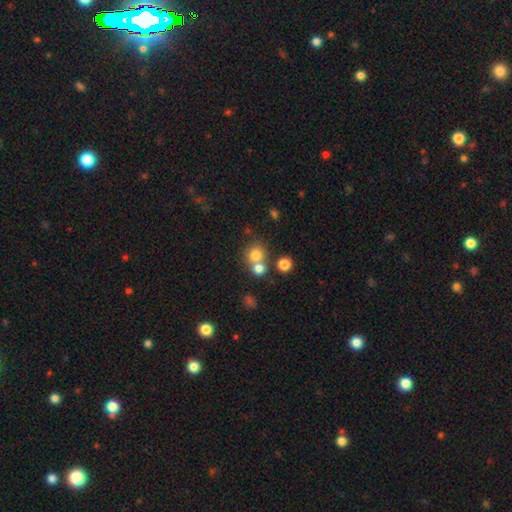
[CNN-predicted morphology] Q: Smooth or featured?
A: smooth (75%); runner-up: star or artifact (14%)
Q: How rounded?
A: round (85%); runner-up: in between (14%)
Q: Merging?
A: none (51%); runner-up: merger (39%)